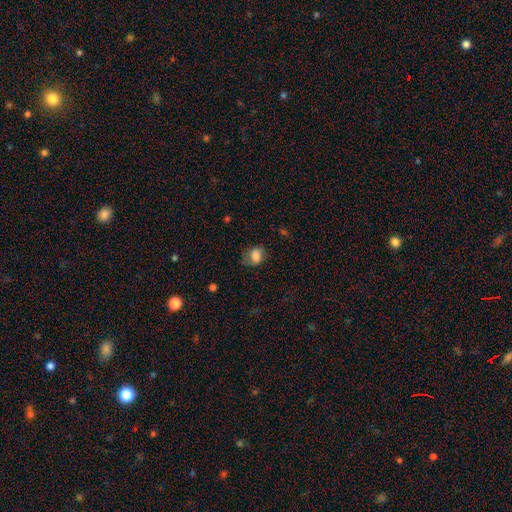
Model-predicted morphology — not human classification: Smooth or featured: smooth — 74% (featured or disk — 17%)
How rounded: in between — 62% (round — 37%)
Merging: none — 60% (minor disturbance — 25%)